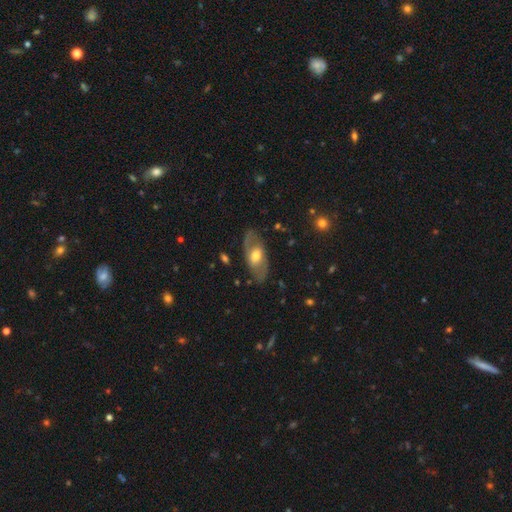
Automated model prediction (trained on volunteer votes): featured or disk 63%, smooth 31%, star or artifact 6%. Down the decision tree: edge-on disk — no (88%); bar — no (52%); spiral arms — yes (64%); bulge size — moderate (65%); merging — none (80%).